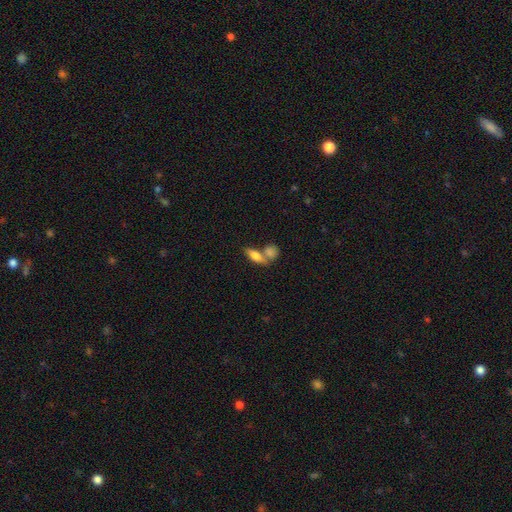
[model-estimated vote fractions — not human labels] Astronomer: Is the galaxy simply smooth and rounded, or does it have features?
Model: smooth — 74%.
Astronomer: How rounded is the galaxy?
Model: in between — 73%.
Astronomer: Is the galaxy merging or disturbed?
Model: merger — 47% (runner-up: none, 39%).